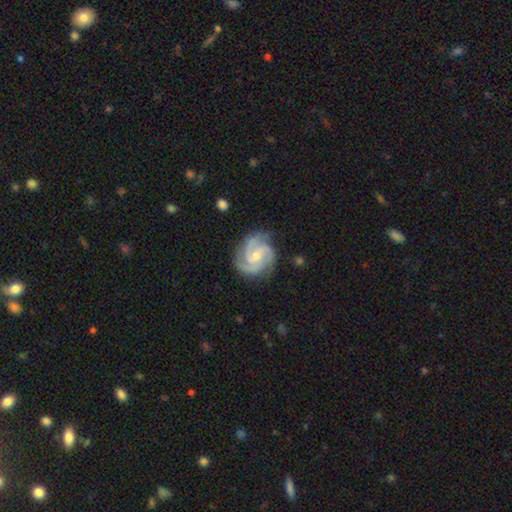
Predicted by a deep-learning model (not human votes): Smooth or featured: featured or disk — 92% (smooth — 5%)
Edge-on disk: no — 98% (yes — 2%)
Bar: no — 56% (weak — 34%)
Spiral arms: yes — 99% (no — 1%)
Spiral winding: tight — 54% (medium — 41%)
Spiral arm count: 3 — 69% (2 — 12%)
Bulge size: small — 59% (moderate — 38%)
Merging: none — 78% (minor disturbance — 16%)